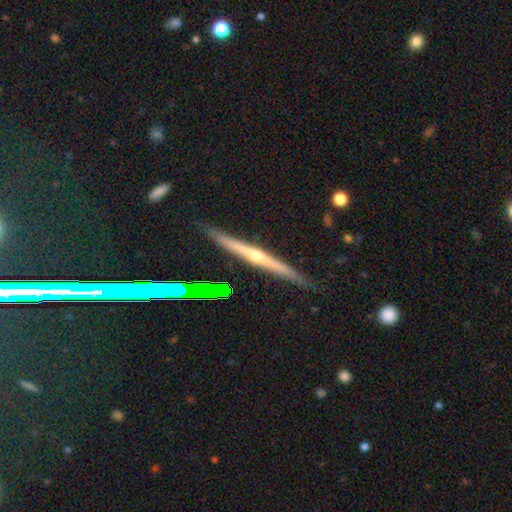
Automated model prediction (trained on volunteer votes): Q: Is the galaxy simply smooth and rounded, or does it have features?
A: featured or disk — 75%.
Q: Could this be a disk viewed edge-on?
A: yes — 97%.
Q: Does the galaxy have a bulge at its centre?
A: rounded — 80%.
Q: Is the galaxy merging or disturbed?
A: none — 88%.